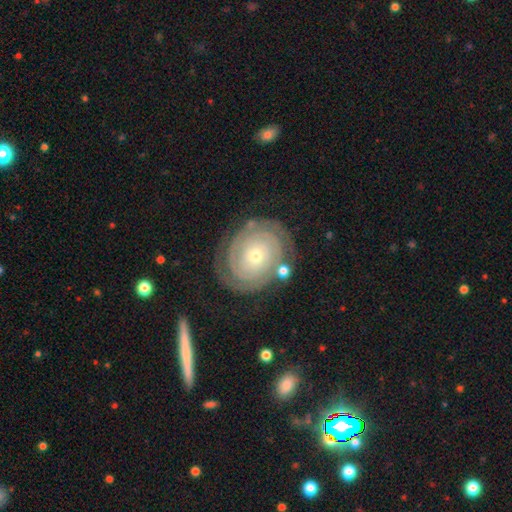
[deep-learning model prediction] smooth-or-featured: featured or disk: 87% | smooth: 8% | star or artifact: 5%
  disk-edge-on: no: 97% | yes: 3%
    bar: no: 82% | weak: 13% | strong: 5%
    has-spiral-arms: yes: 96% | no: 4%
      spiral-winding: tight: 87% | medium: 10% | loose: 2%
      spiral-arm-count: 2: 52% | can't tell: 20% | 3: 13% | 4: 6% | 1: 4% | more than 4: 4%
    bulge-size: small: 58% | moderate: 39% | large: 2% | dominant: 1% | none: 1%
  merging: none: 79% | minor disturbance: 12% | major disturbance: 5% | merger: 3%